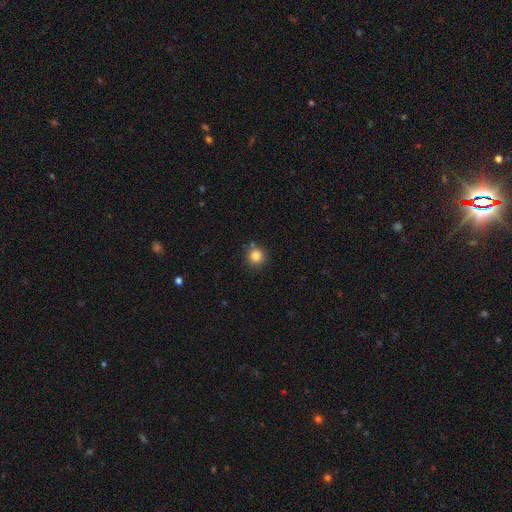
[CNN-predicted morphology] A smooth galaxy with no disk features (85%) that is round (92%). Merging: none (79%).